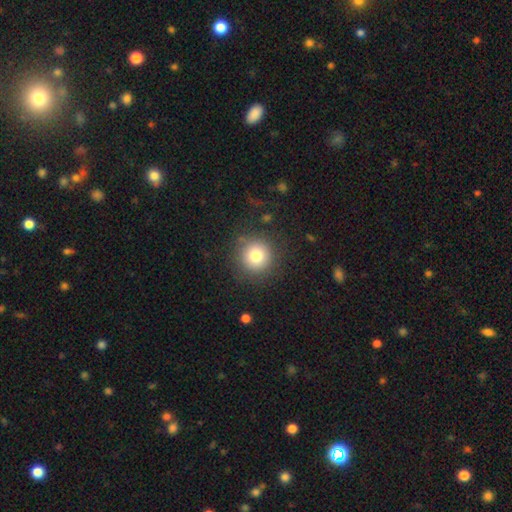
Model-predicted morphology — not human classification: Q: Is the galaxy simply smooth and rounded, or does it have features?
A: smooth — 78%.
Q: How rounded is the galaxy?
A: round — 94%.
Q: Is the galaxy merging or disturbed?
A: none — 85%.